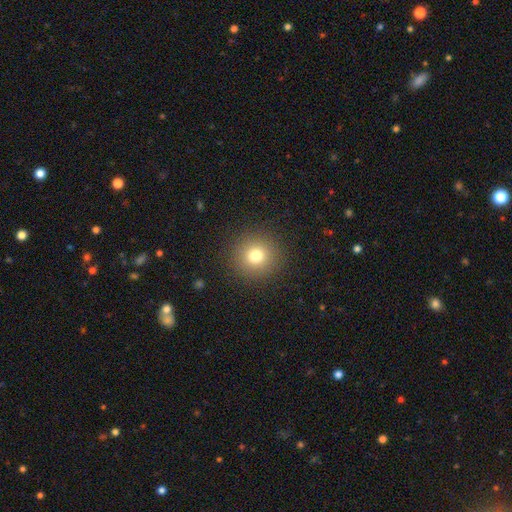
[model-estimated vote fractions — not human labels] A smooth galaxy with no disk features (77%) that is round (94%).

Vote fractions:
- Smooth or featured? smooth: 77% / star or artifact: 14% / featured or disk: 9%
- How rounded? round: 94% / in between: 5% / cigar-shaped: 1%
- Merging? none: 91% / minor disturbance: 5% / major disturbance: 3% / merger: 1%